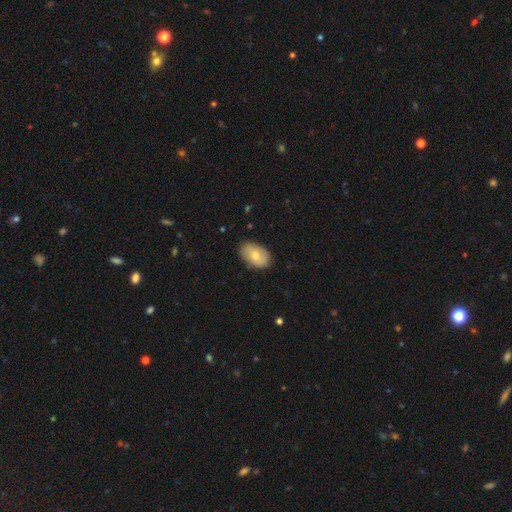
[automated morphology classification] smooth-or-featured: smooth: 73% | featured or disk: 21% | star or artifact: 6%
  how-rounded: in between: 89% | round: 10% | cigar-shaped: 1%
  merging: none: 83% | minor disturbance: 14% | major disturbance: 3% | merger: 1%